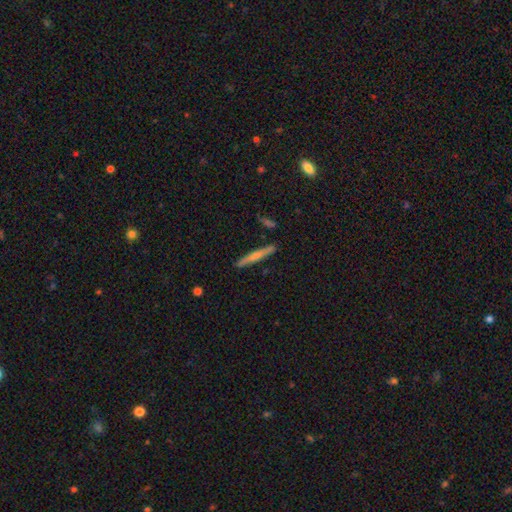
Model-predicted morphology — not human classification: This is possibly a featured or disk galaxy (47%, tied with smooth). Merging: clearly none (87%).